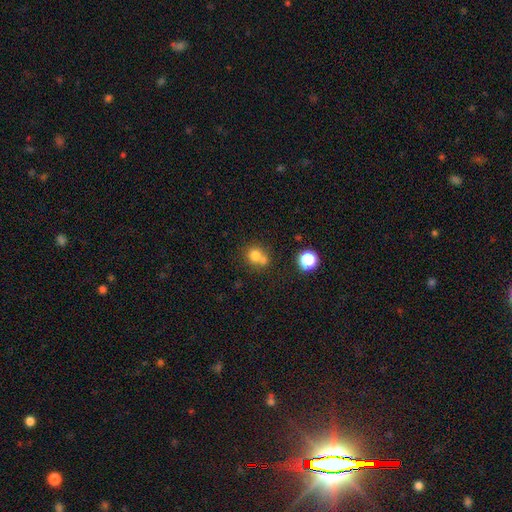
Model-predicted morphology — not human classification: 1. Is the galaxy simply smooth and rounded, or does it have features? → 75% smooth, 13% star or artifact, 12% featured or disk.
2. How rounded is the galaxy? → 82% round, 17% in between, 1% cigar-shaped.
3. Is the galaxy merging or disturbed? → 45% merger, 43% none, 8% minor disturbance, 3% major disturbance.